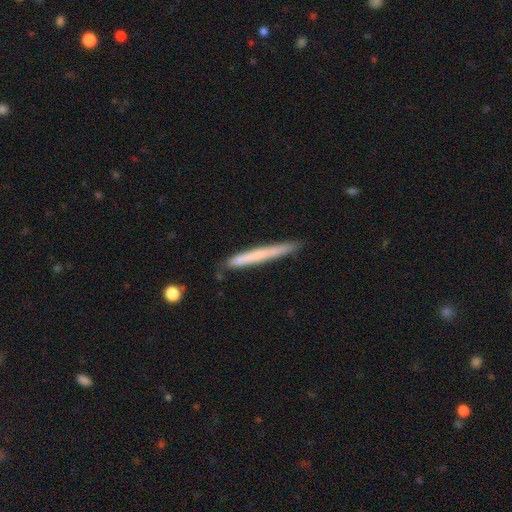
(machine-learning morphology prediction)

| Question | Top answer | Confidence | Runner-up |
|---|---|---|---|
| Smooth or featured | smooth | 59% | featured or disk (35%) |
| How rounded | cigar-shaped | 97% | in between (2%) |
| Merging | none | 84% | minor disturbance (12%) |